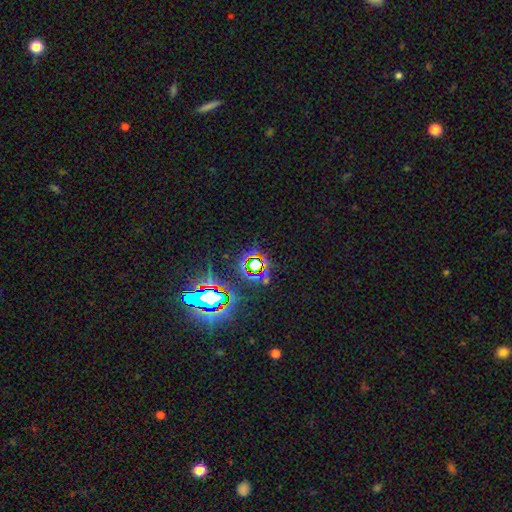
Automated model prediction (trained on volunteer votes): A star or artifact, not a galaxy (79%).

Vote fractions:
- Smooth or featured? star or artifact: 79% / smooth: 12% / featured or disk: 9%